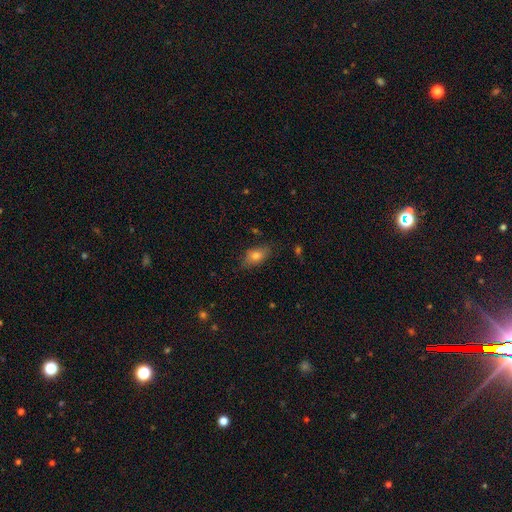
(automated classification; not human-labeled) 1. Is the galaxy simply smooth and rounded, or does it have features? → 77% smooth, 14% featured or disk, 9% star or artifact.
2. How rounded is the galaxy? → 86% in between, 7% round, 7% cigar-shaped.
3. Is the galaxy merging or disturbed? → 78% none, 17% minor disturbance, 3% major disturbance, 1% merger.